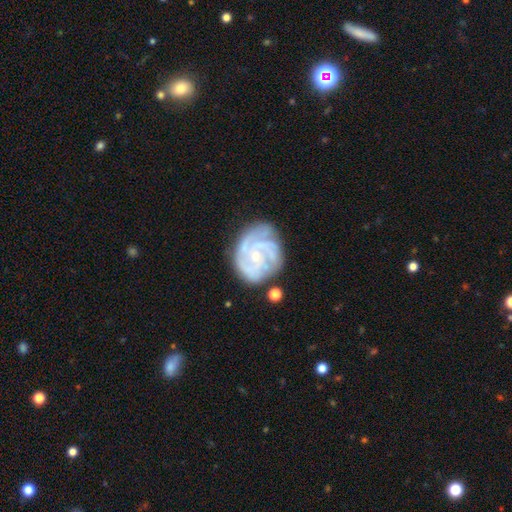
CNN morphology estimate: Overall: featured or disk (84%). Edge-on disk: no (98%). Bar: no (71%). Spiral arms: yes (95%). Spiral arm count: 3 (35%; can't tell 22%). Spiral winding: tight (62%; medium 31%). Bulge size: small (75%). Merging: none (67%).